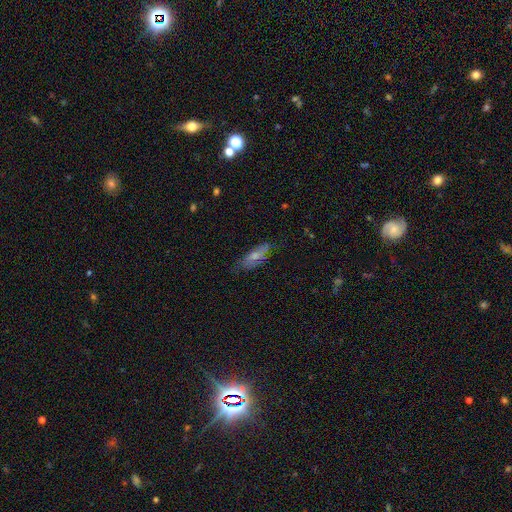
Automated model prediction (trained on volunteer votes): smooth_or_featured: smooth (p=0.52) [alt: featured or disk p=0.40]
how_rounded: in between (p=0.60) [alt: cigar-shaped p=0.38]
merging: none (p=0.67) [alt: minor disturbance p=0.24]